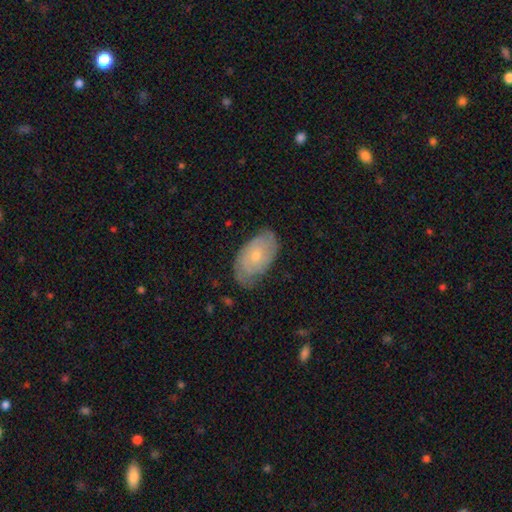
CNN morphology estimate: Smooth or featured?
  - featured or disk: 59% *
  - smooth: 35%
  - star or artifact: 6%
Edge-on disk?
  - no: 94% *
  - yes: 6%
Bar?
  - no: 81% *
  - weak: 16%
  - strong: 3%
Spiral arms?
  - yes: 76% *
  - no: 24%
Bulge size?
  - small: 64% *
  - moderate: 32%
  - none: 1%
  - large: 1%
  - dominant: 1%
Merging?
  - none: 64% *
  - minor disturbance: 27%
  - major disturbance: 8%
  - merger: 1%